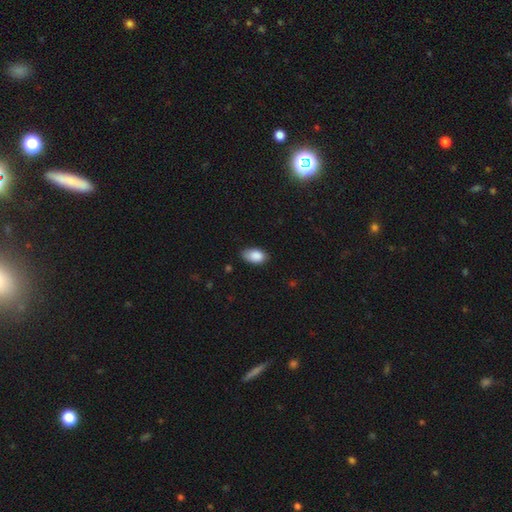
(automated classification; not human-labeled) Morphology: type=smooth (88%); roundness=in between (92%); merging=none (71%).